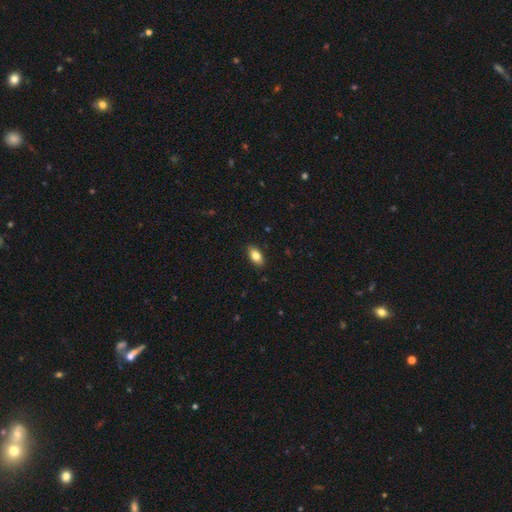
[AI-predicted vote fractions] This appears to be a smooth galaxy with no disk features (82%) that is in between round and cigar-shaped (90%). Merging: none (87%).